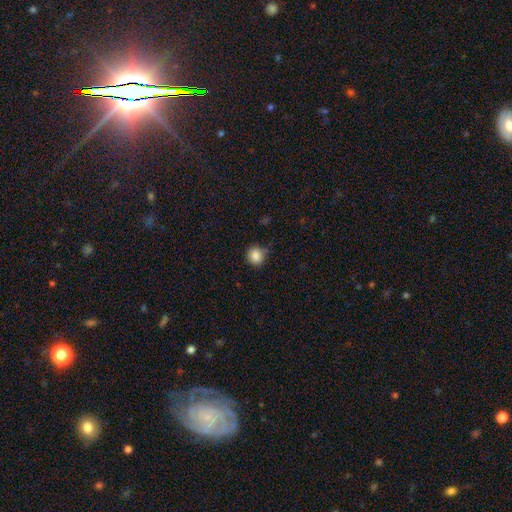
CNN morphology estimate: A smooth galaxy with no disk features (86%) that is round (87%).

Vote fractions:
- Smooth or featured? smooth: 86% / star or artifact: 10% / featured or disk: 4%
- How rounded? round: 87% / in between: 12% / cigar-shaped: 1%
- Merging? none: 75% / minor disturbance: 19% / major disturbance: 3% / merger: 3%